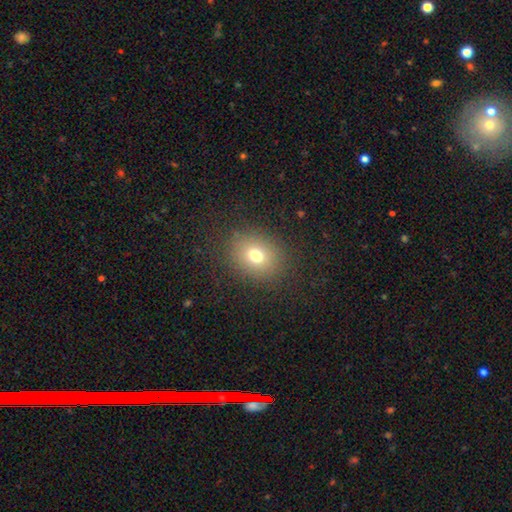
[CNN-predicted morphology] This appears to be a smooth galaxy with no disk features (73%) that is round (62%). Merging: none (86%).